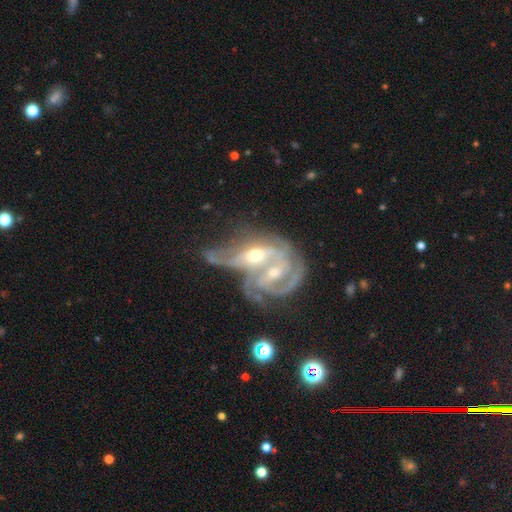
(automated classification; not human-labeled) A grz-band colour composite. It shows a featured or disk galaxy (83%) with no bar (47%), 2 (38%) tight (41%) spiral arms (88%) and a moderate central bulge (59%). Merging: merger (73%).